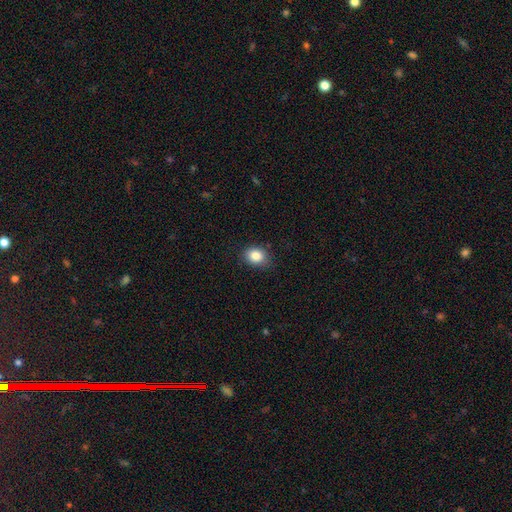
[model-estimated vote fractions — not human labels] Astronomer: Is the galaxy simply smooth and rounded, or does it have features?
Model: smooth — 85%.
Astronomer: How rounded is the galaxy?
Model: round — 53% (runner-up: in between, 47%).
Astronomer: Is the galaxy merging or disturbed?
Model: none — 82%.